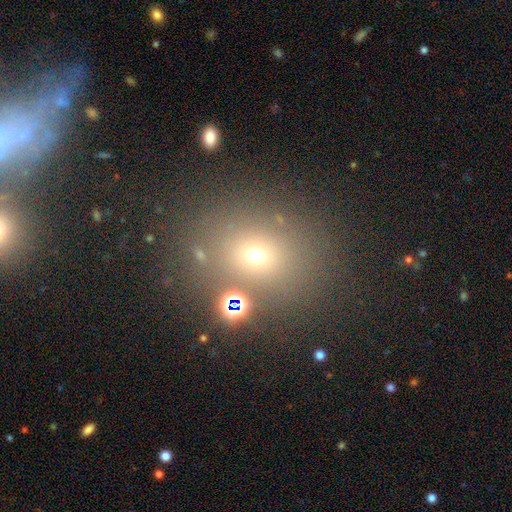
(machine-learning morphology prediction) Overall: smooth (60%; star or artifact 27%). How rounded: round (58%; in between 41%). Merging: none (77%).